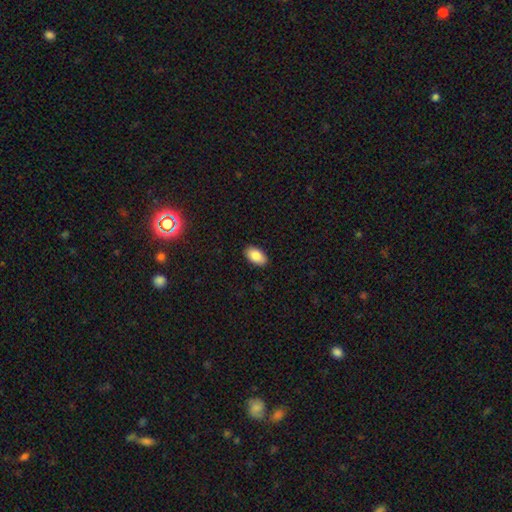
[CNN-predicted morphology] smooth-or-featured: smooth: 85% | featured or disk: 8% | star or artifact: 7%
  how-rounded: in between: 94% | round: 4% | cigar-shaped: 2%
  merging: none: 89% | minor disturbance: 8% | major disturbance: 2% | merger: 1%